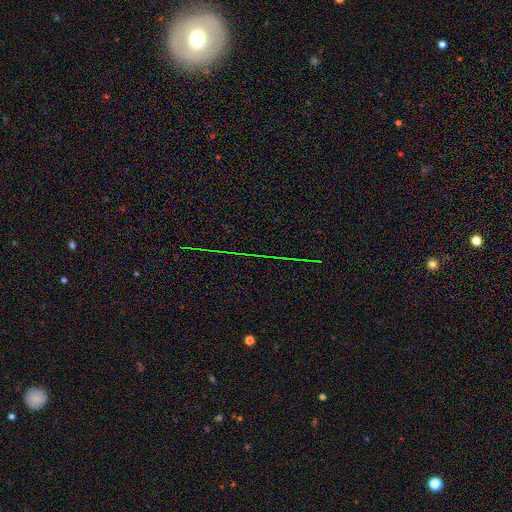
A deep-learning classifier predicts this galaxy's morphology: The model was most divided on "smooth or featured": star or artifact: 78%, featured or disk: 11%, smooth: 10%.